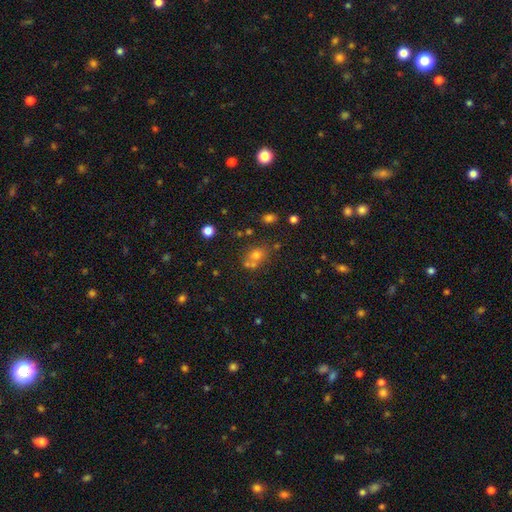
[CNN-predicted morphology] Overall: smooth (61%; star or artifact 26%). How rounded: round (69%). Merging: none (55%; merger 30%).